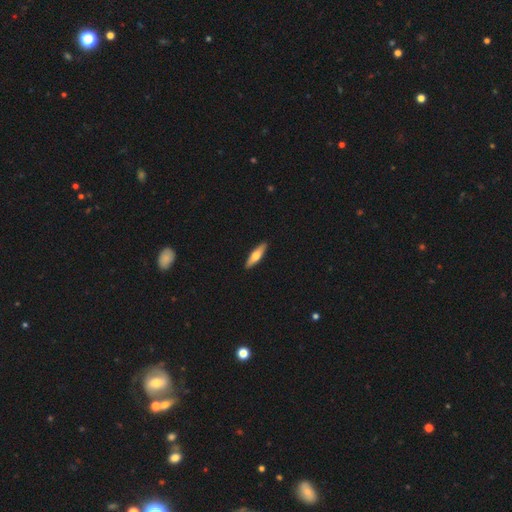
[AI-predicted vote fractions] Smooth or featured: smooth — 54% (featured or disk — 41%)
How rounded: cigar-shaped — 69% (in between — 29%)
Merging: none — 91% (minor disturbance — 6%)